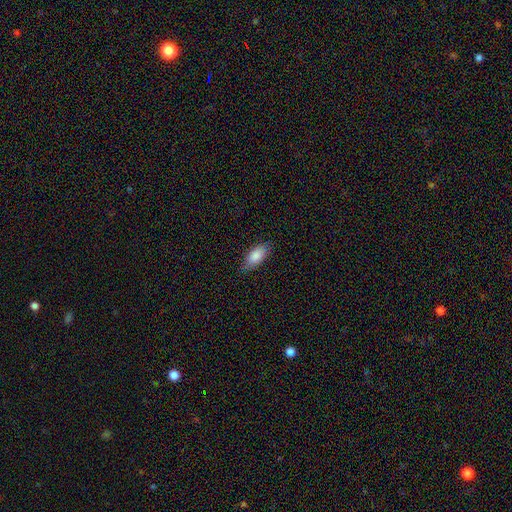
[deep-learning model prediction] A smooth galaxy with no disk features (85%) that is in between round and cigar-shaped (86%). Merging: none (82%).